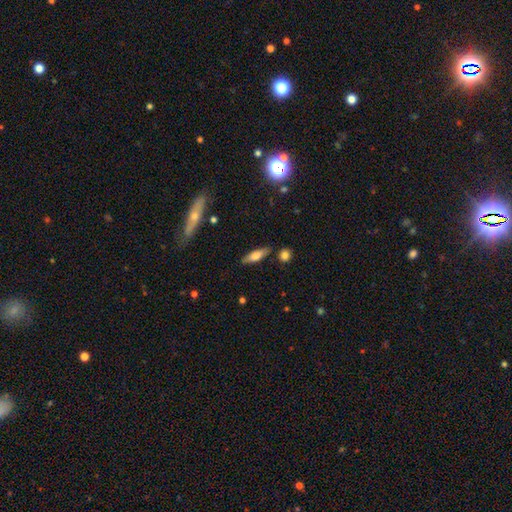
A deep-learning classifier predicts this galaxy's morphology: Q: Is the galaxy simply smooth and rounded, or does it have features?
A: smooth — 61%.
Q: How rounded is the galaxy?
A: cigar-shaped — 52%.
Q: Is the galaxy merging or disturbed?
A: none — 82%.